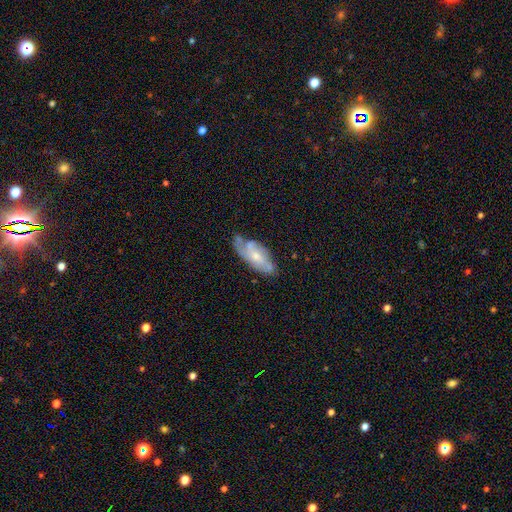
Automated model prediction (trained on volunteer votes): A featured or disk galaxy (66%) with no bar (64%), spiral arms (82%) and a moderate central bulge (47%). Merging: none (53%).